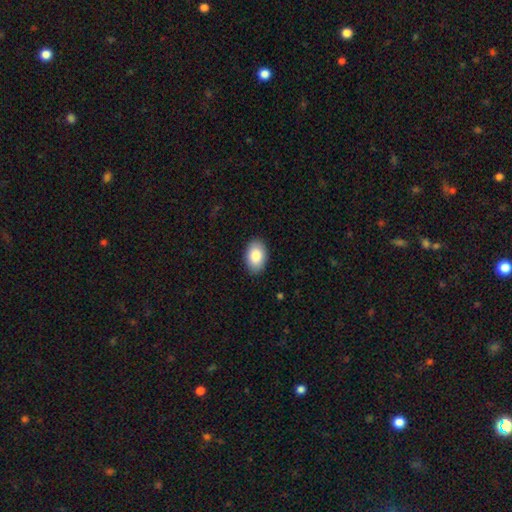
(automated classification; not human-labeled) Q: Smooth or featured?
A: smooth (86%); runner-up: featured or disk (8%)
Q: How rounded?
A: in between (90%); runner-up: round (9%)
Q: Merging?
A: none (89%); runner-up: minor disturbance (8%)